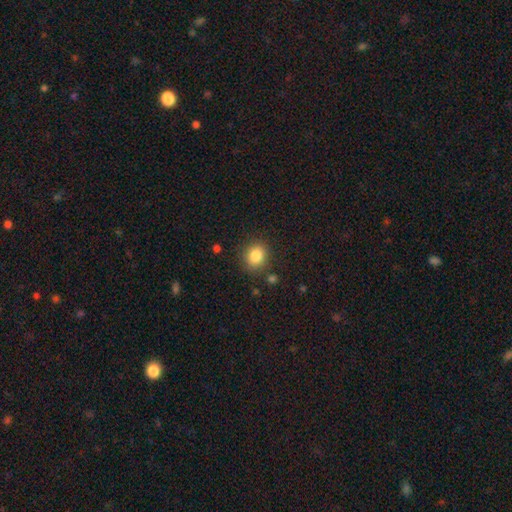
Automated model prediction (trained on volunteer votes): Smooth or featured? Predicted: smooth (p=0.84). How rounded? Predicted: round (p=0.74). Merging? Predicted: none (p=0.84).